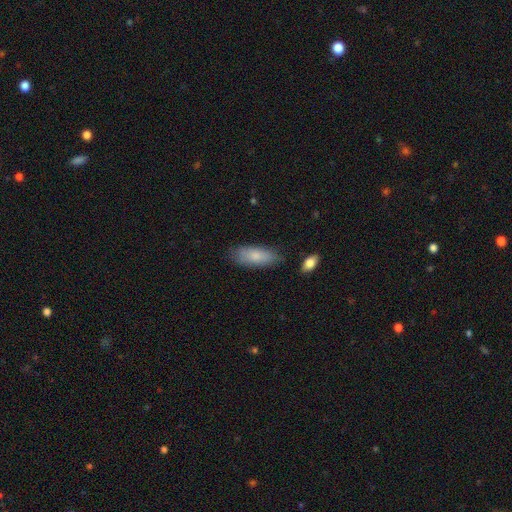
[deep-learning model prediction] Q: Smooth or featured?
A: smooth (82%); runner-up: featured or disk (12%)
Q: How rounded?
A: in between (73%); runner-up: cigar-shaped (25%)
Q: Merging?
A: none (78%); runner-up: minor disturbance (16%)